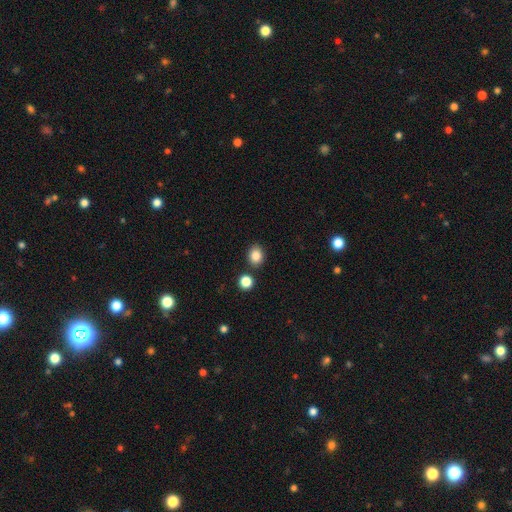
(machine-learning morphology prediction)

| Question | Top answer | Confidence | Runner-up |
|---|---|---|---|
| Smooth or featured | smooth | 85% | star or artifact (10%) |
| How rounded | round | 53% | in between (46%) |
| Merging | none | 82% | minor disturbance (9%) |